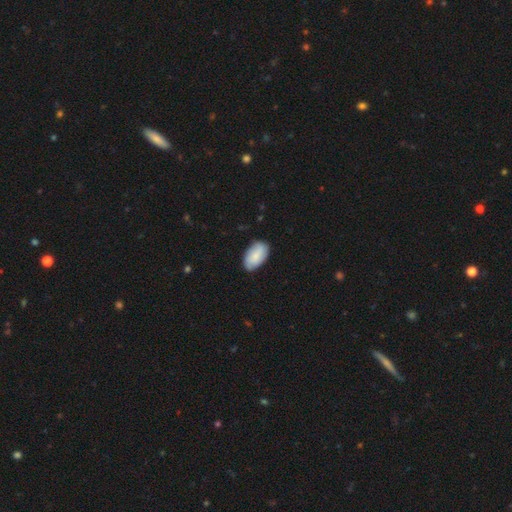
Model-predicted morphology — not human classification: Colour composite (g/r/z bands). It shows a smooth galaxy with no disk features (80%) that is in between round and cigar-shaped (95%). Merging: none (82%).